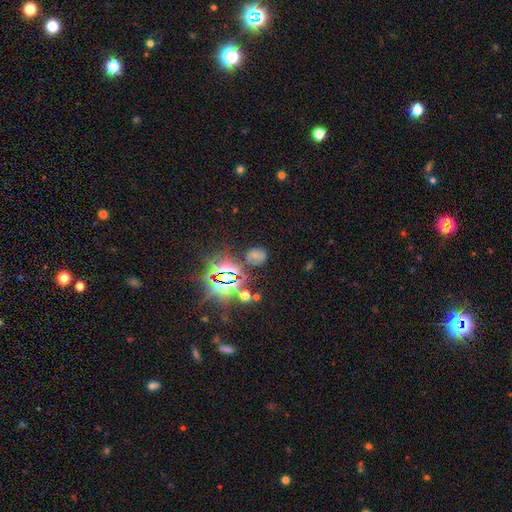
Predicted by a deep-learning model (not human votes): smooth_or_featured: smooth (p=0.44) [alt: star or artifact p=0.40]
merging: none (p=0.69) [alt: minor disturbance p=0.17]